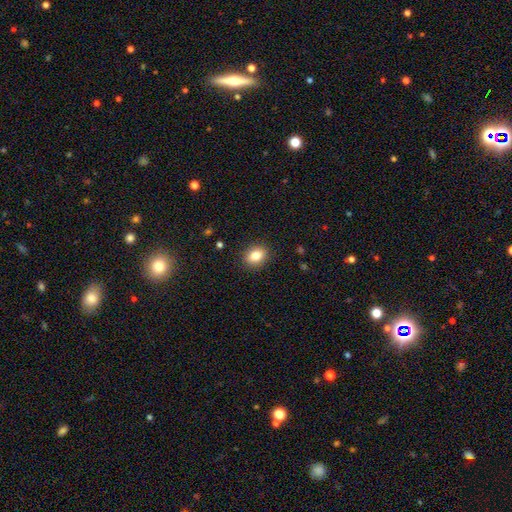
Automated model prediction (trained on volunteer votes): Smooth or featured: smooth — 84% (star or artifact — 9%)
How rounded: in between — 65% (round — 34%)
Merging: none — 89% (minor disturbance — 8%)